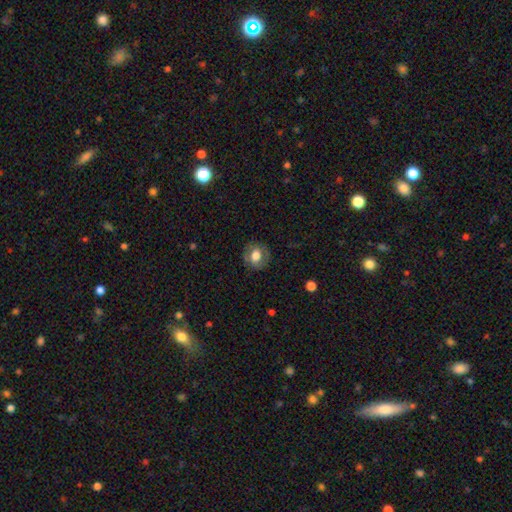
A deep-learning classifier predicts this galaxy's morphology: The model was most divided on "how rounded": round: 68%, in between: 31%, cigar-shaped: 1%. More confident: merging — none (81%); smooth or featured — smooth (65%).